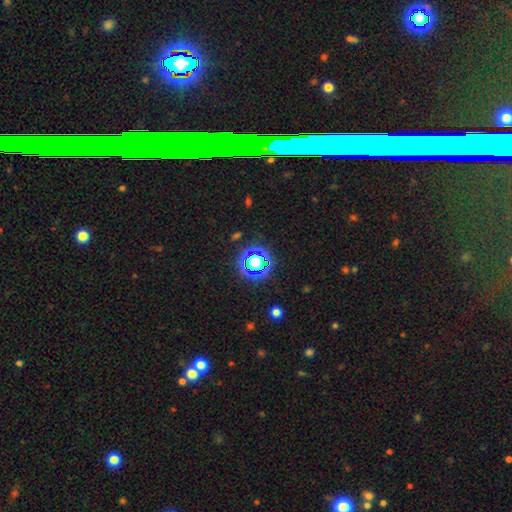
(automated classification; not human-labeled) This appears to be a star or artifact, not a galaxy (66%).